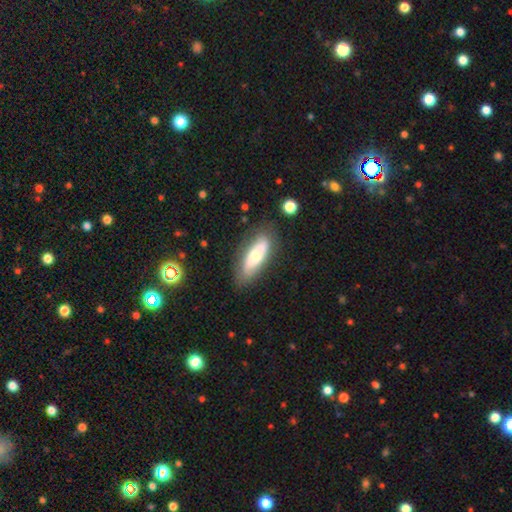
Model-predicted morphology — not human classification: A smooth galaxy with no disk features (52%) that is in between round and cigar-shaped (67%). Merging: none (78%).